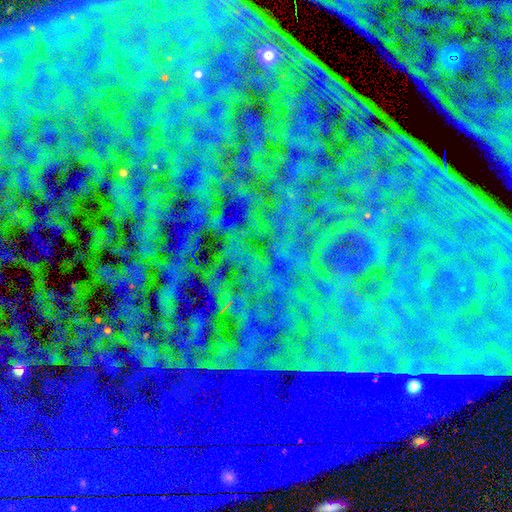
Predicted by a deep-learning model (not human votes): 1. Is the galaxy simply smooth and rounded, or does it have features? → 86% star or artifact, 7% featured or disk, 7% smooth.